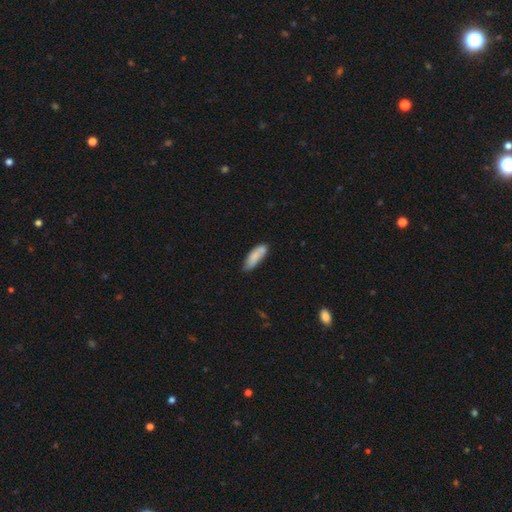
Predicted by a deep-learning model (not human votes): This appears to be a smooth galaxy with no disk features (78%) that is in between round and cigar-shaped (59%). Merging: none (60%).